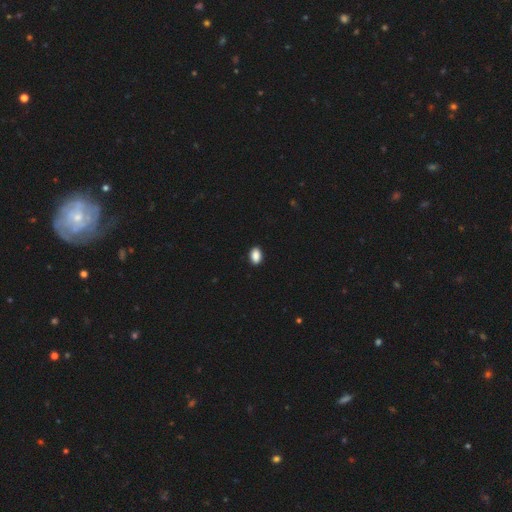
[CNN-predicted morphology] smooth 89%, star or artifact 8%, featured or disk 3%. Down the decision tree: how rounded — in between (89%); merging — none (90%).